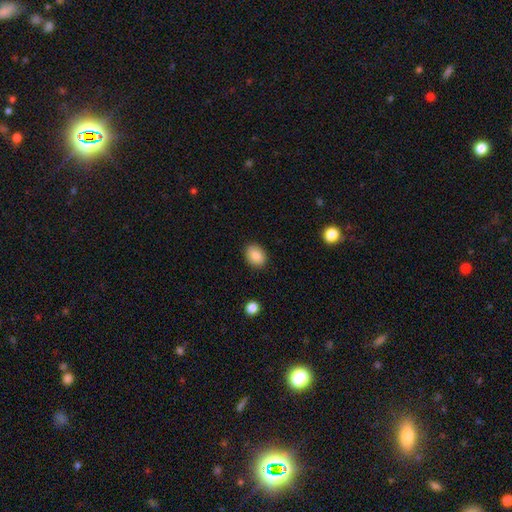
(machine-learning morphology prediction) smooth-or-featured: smooth: 87% | star or artifact: 8% | featured or disk: 6%
  how-rounded: in between: 66% | round: 33% | cigar-shaped: 1%
  merging: none: 88% | minor disturbance: 8% | major disturbance: 2% | merger: 1%